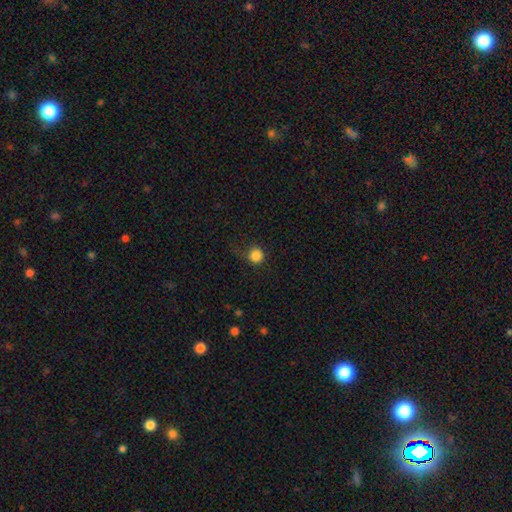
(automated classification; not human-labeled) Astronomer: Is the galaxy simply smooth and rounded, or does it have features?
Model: smooth — 84%.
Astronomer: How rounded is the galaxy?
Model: round — 91%.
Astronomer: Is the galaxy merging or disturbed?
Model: none — 68%.